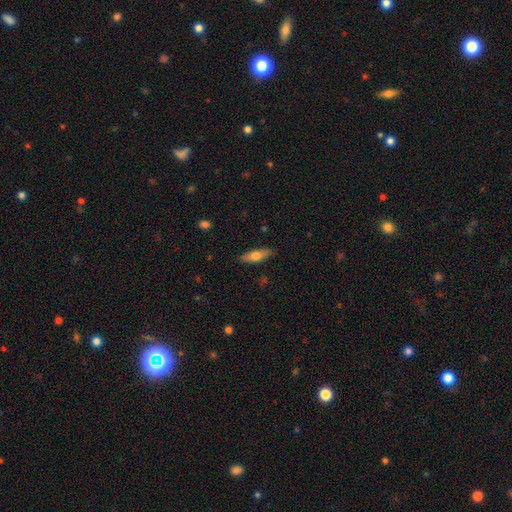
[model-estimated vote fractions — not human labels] Smooth or featured: smooth — 65% (featured or disk — 29%)
How rounded: cigar-shaped — 50% (in between — 47%)
Merging: none — 86% (minor disturbance — 10%)